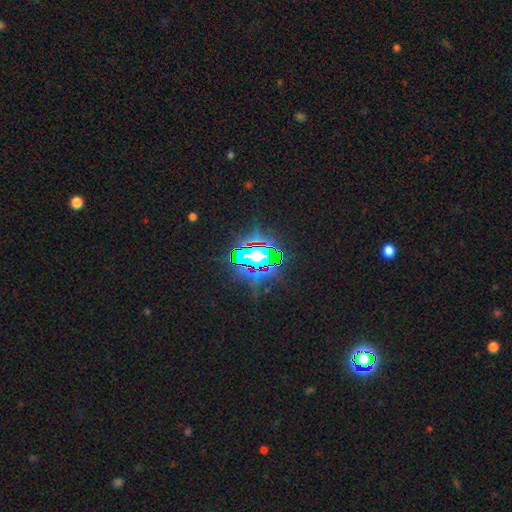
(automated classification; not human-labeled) Morphology: type=star or artifact (73%).